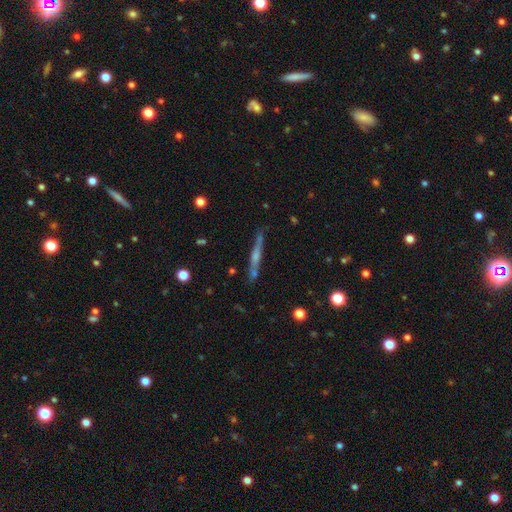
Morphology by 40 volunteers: featured or disk 72%, smooth 20%, star or artifact 8%. Down the decision tree: edge-on disk — yes (93%); edge-on bulge — rounded (56%); merging — none (86%).